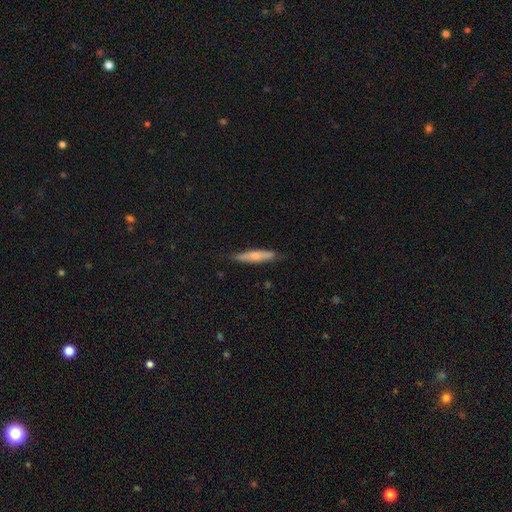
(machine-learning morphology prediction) smooth-or-featured: smooth: 58% | featured or disk: 36% | star or artifact: 6%
  how-rounded: cigar-shaped: 87% | in between: 11% | round: 2%
  merging: none: 82% | minor disturbance: 15% | major disturbance: 2% | merger: 1%